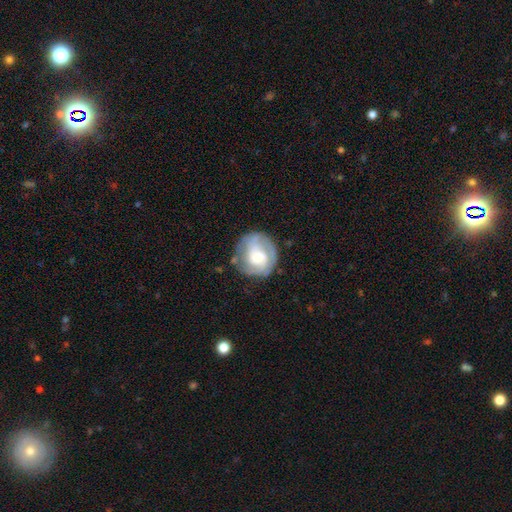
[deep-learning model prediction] Overall: featured or disk (68%). Edge-on disk: no (98%). Bar: no (64%; weak 30%). Spiral arms: yes (86%). Spiral arm count: 2 (39%; can't tell 28%). Spiral winding: tight (56%; medium 32%). Bulge size: moderate (44%; large 25%). Merging: none (68%).